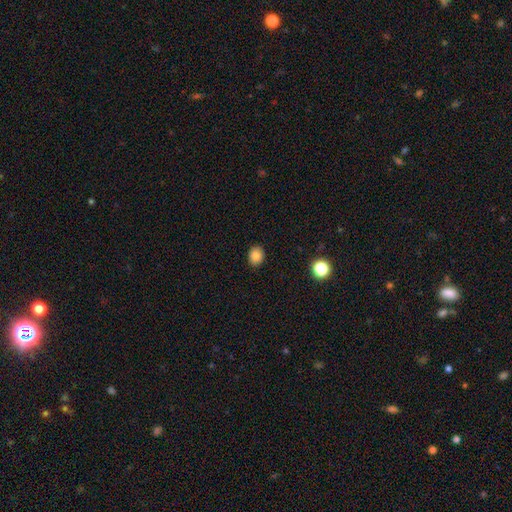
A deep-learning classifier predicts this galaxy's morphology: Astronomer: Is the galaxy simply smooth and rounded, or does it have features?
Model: smooth — 83%.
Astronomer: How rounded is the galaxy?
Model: round — 60% (runner-up: in between, 39%).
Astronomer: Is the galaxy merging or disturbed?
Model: none — 90%.